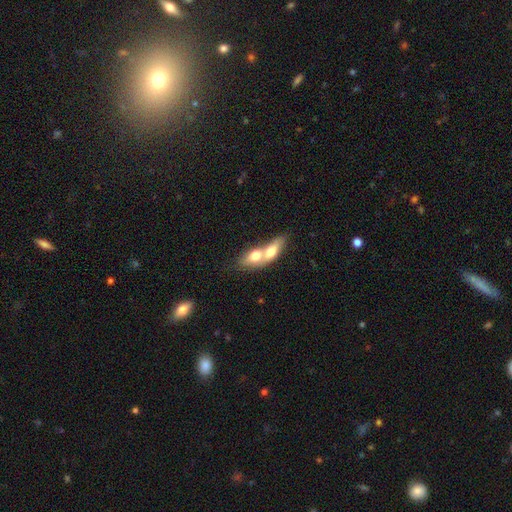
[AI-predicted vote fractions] Q: Smooth or featured?
A: smooth (63%); runner-up: featured or disk (31%)
Q: How rounded?
A: in between (70%); runner-up: cigar-shaped (18%)
Q: Merging?
A: merger (78%); runner-up: none (14%)